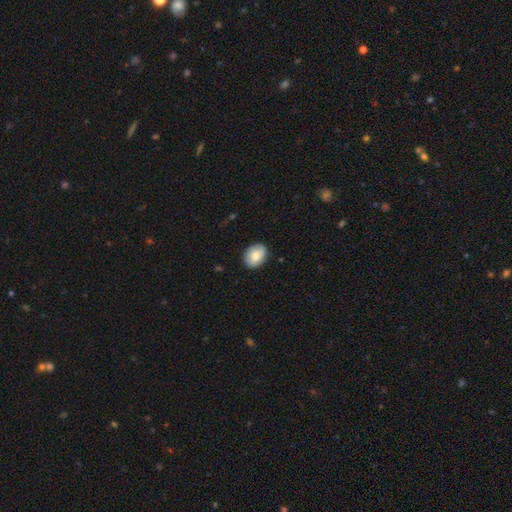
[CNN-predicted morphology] Smooth or featured? Predicted: smooth (p=0.79). How rounded? Predicted: in between (p=0.67). Merging? Predicted: none (p=0.86).